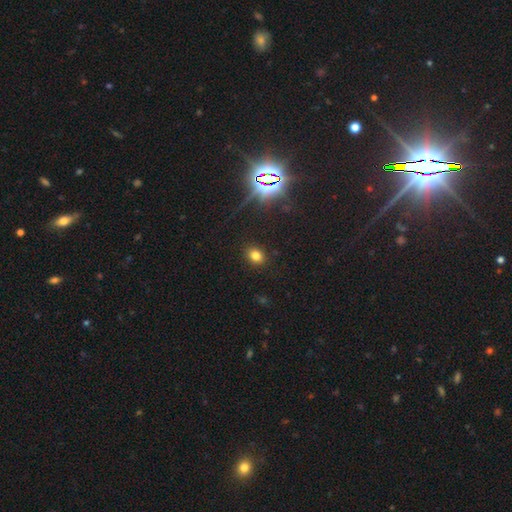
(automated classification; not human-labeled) This is likely a smooth galaxy (77%). How rounded: possibly round (51%). Merging: clearly none (89%).